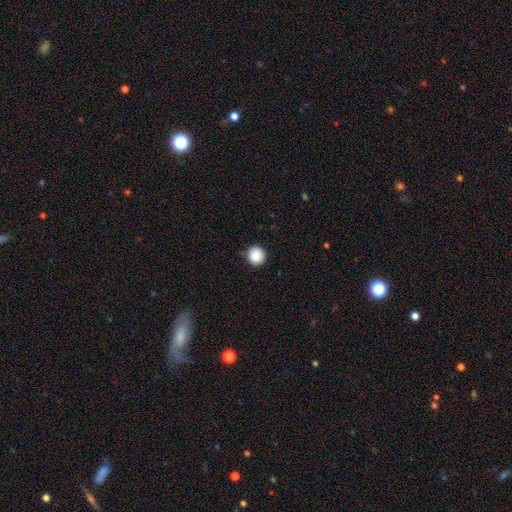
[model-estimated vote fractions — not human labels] A smooth galaxy with no disk features (88%) that is round (95%).

Vote fractions:
- Smooth or featured? smooth: 88% / star or artifact: 9% / featured or disk: 3%
- How rounded? round: 95% / in between: 4% / cigar-shaped: 1%
- Merging? none: 91% / minor disturbance: 6% / major disturbance: 2% / merger: 1%